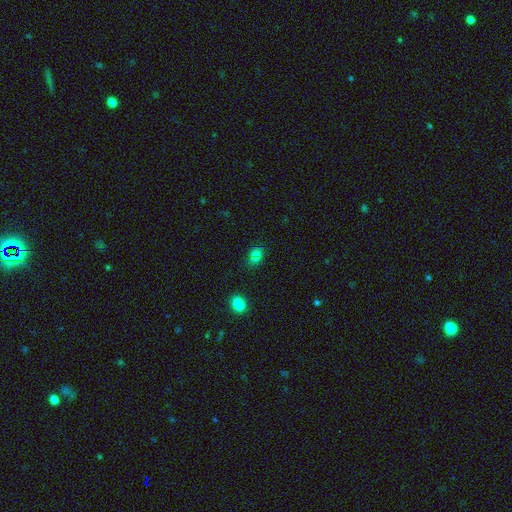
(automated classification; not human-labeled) This appears to be a smooth galaxy with no disk features (65%) that is in between round and cigar-shaped (56%). Merging: none (70%).